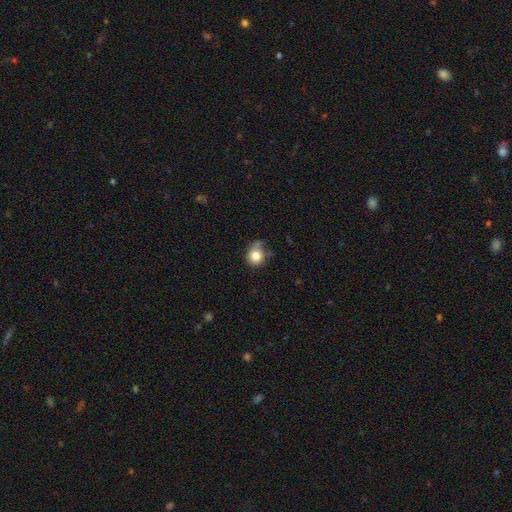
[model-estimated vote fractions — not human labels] A smooth galaxy with no disk features (81%) that is round (76%). Merging: none (55%).